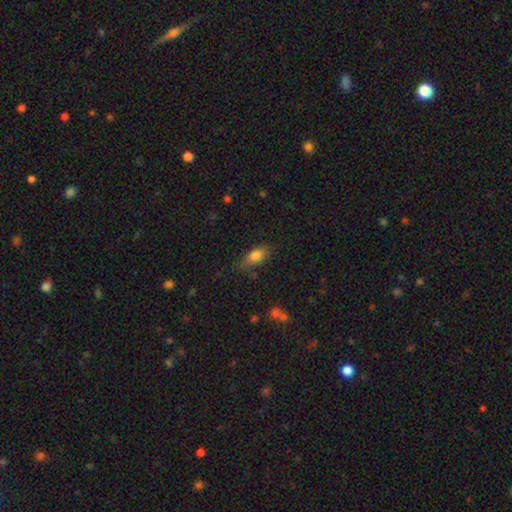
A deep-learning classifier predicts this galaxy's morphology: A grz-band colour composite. It shows a smooth galaxy with no disk features (79%) that is in between round and cigar-shaped (83%). Merging: none (70%).